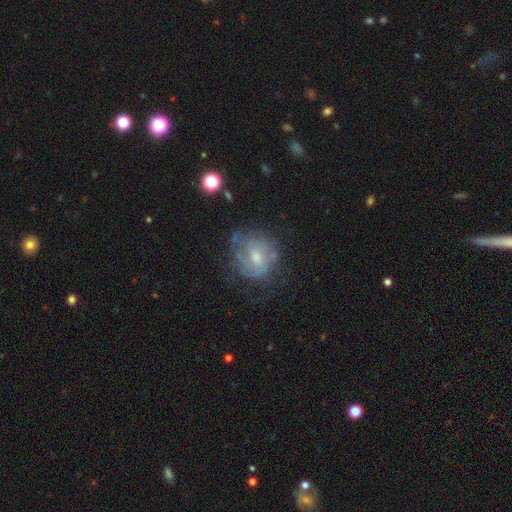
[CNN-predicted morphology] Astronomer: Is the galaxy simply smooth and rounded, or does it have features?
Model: featured or disk — 59%.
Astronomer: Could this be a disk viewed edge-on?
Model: no — 97%.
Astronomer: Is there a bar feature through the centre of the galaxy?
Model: weak — 47% (runner-up: no, 43%).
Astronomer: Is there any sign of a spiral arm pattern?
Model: yes — 68%.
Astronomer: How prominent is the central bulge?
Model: moderate — 44% (runner-up: small, 42%).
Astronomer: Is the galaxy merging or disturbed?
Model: none — 57%.